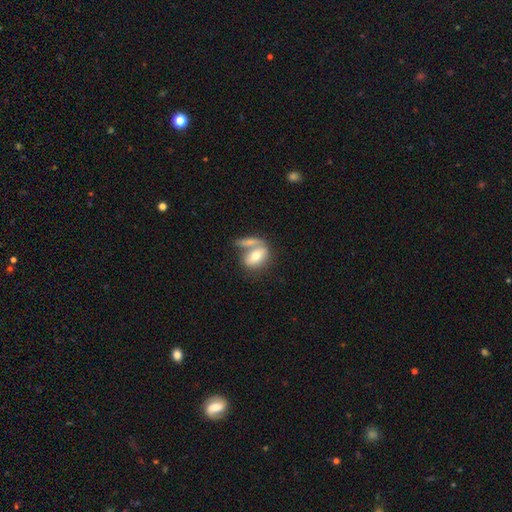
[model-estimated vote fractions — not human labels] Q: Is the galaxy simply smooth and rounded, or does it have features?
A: smooth — 68%.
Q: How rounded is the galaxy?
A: in between — 81%.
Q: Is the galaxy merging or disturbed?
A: merger — 49%.